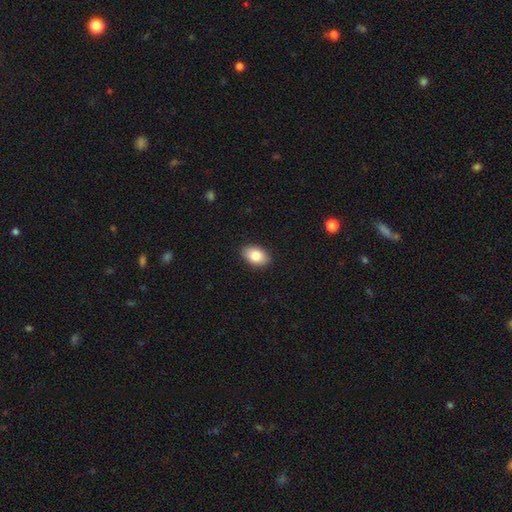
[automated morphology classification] Q: Smooth or featured?
A: smooth (84%); runner-up: featured or disk (8%)
Q: How rounded?
A: in between (89%); runner-up: round (10%)
Q: Merging?
A: none (90%); runner-up: minor disturbance (8%)